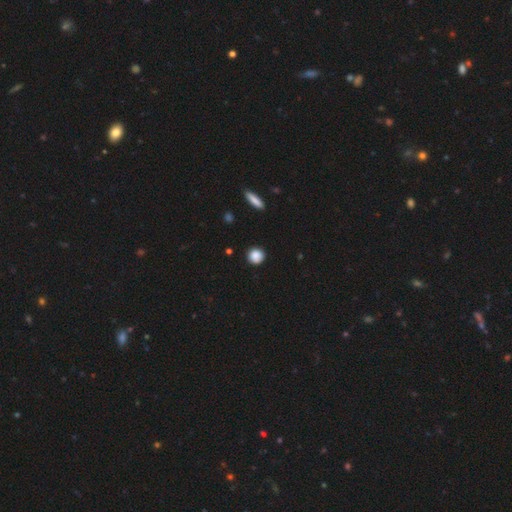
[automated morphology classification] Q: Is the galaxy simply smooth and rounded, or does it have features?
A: smooth — 87%.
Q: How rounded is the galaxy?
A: round — 92%.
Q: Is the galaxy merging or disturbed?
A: none — 88%.